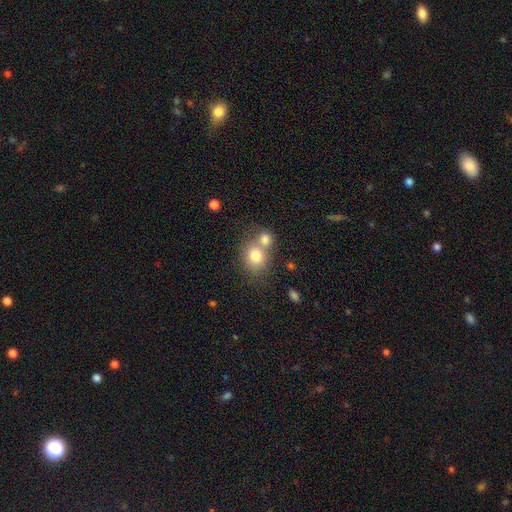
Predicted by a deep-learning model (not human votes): Overall: smooth (77%). How rounded: round (63%; in between 36%). Merging: merger (48%; none 39%).